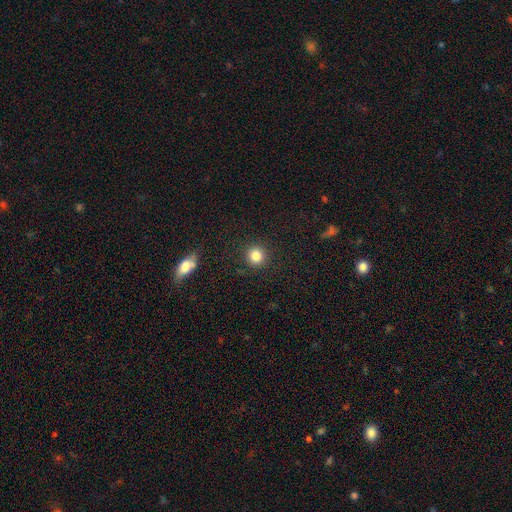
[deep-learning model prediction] Smooth or featured? Predicted: smooth (p=0.83). How rounded? Predicted: round (p=0.93). Merging? Predicted: none (p=0.91).